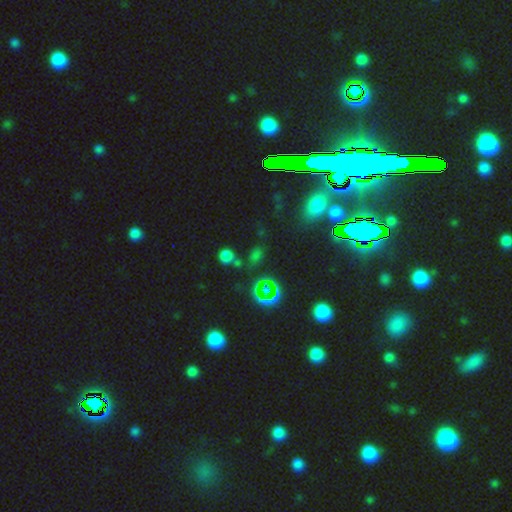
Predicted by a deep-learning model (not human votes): A smooth galaxy with no disk features (47%).

Vote fractions:
- Smooth or featured? smooth: 47% / star or artifact: 41% / featured or disk: 12%
- Merging? none: 67% / merger: 13% / minor disturbance: 13% / major disturbance: 7%